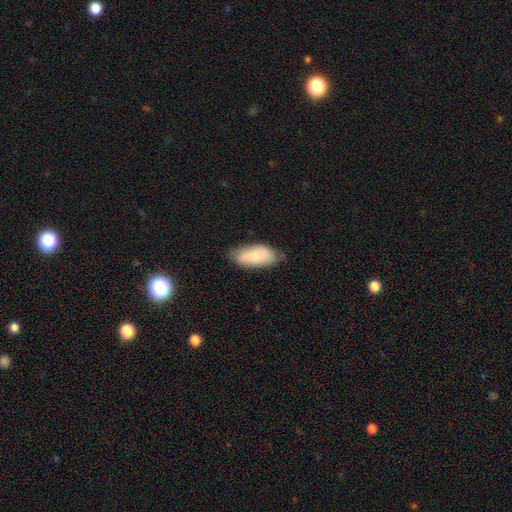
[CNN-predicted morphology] Smooth or featured? smooth (74%)
How rounded? in between (88%)
Merging? none (70%)